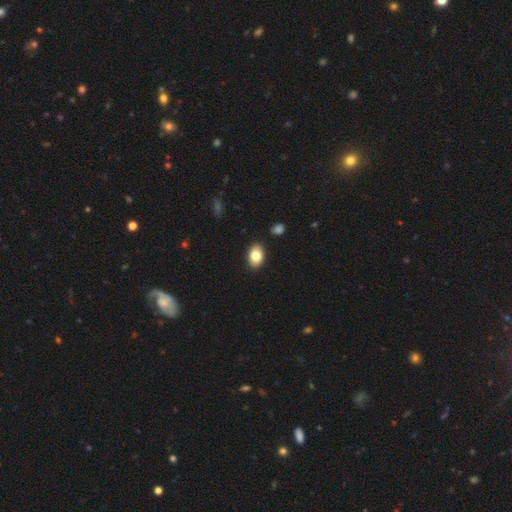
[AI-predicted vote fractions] smooth-or-featured: smooth: 84% | featured or disk: 9% | star or artifact: 7%
  how-rounded: in between: 88% | round: 11% | cigar-shaped: 1%
  merging: none: 87% | minor disturbance: 9% | major disturbance: 2% | merger: 2%